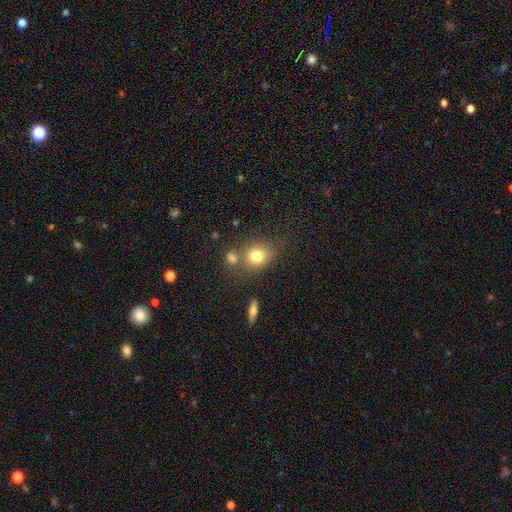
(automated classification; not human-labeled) Smooth or featured: smooth — 78% (star or artifact — 12%)
How rounded: round — 62% (in between — 37%)
Merging: none — 57% (merger — 22%)